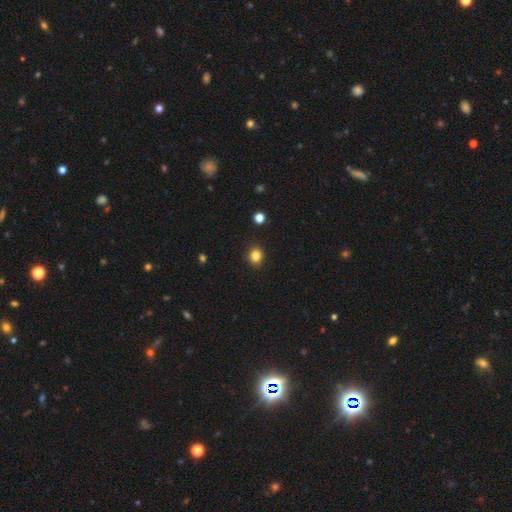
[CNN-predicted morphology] Overall: smooth (83%). How rounded: round (72%). Merging: none (90%).